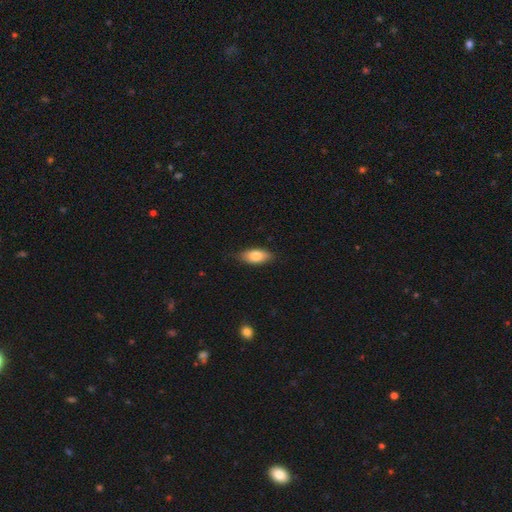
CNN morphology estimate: Q: Smooth or featured?
A: smooth (79%); runner-up: featured or disk (15%)
Q: How rounded?
A: in between (86%); runner-up: cigar-shaped (11%)
Q: Merging?
A: none (80%); runner-up: minor disturbance (17%)